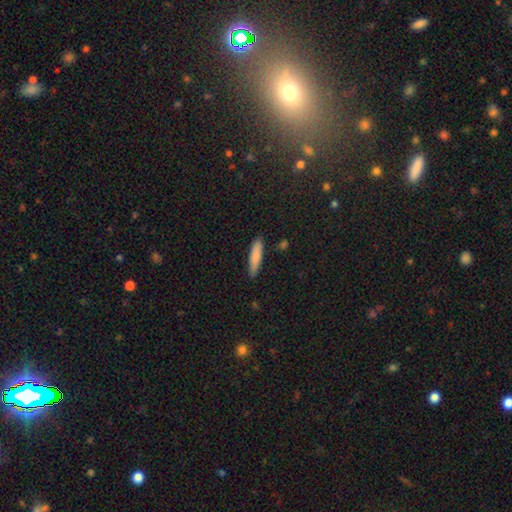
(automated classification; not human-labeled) A smooth galaxy with no disk features (81%) that is cigar-shaped (81%).

Vote fractions:
- Smooth or featured? smooth: 81% / featured or disk: 13% / star or artifact: 6%
- How rounded? cigar-shaped: 81% / in between: 18% / round: 1%
- Merging? none: 86% / minor disturbance: 10% / major disturbance: 2% / merger: 2%